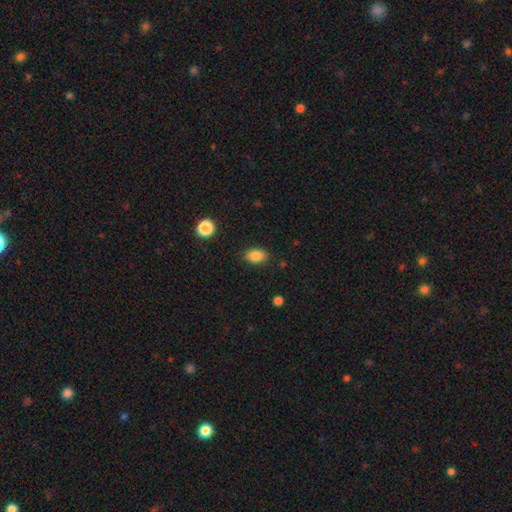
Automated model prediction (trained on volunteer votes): smooth_or_featured: smooth (p=0.86) [alt: star or artifact p=0.09]
how_rounded: in between (p=0.83) [alt: round p=0.15]
merging: none (p=0.85) [alt: minor disturbance p=0.11]